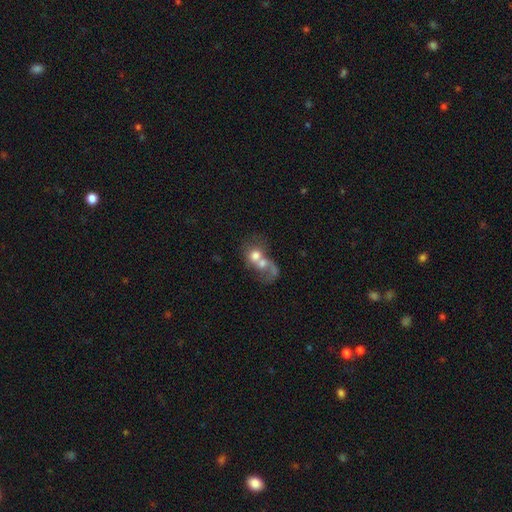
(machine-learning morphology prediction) A smooth galaxy with no disk features (48%). Merging: merger (73%).